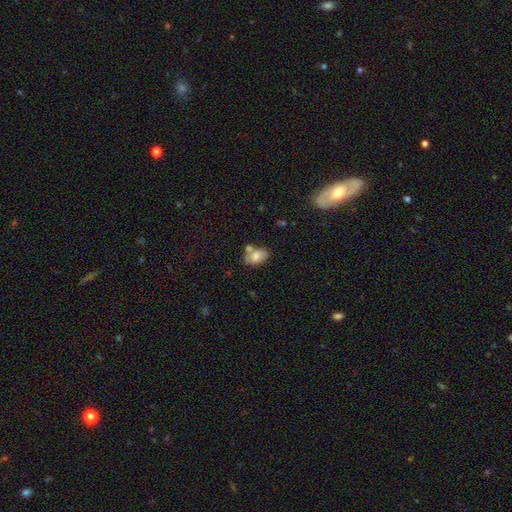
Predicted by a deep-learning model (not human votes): smooth_or_featured: smooth (p=0.76) [alt: featured or disk p=0.16]
how_rounded: in between (p=0.87) [alt: round p=0.12]
merging: none (p=0.51) [alt: merger p=0.25]